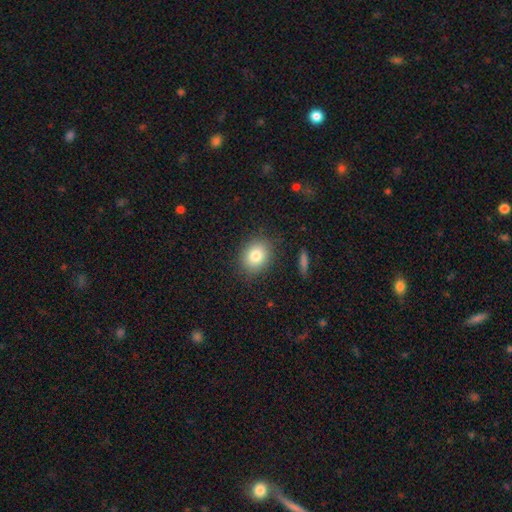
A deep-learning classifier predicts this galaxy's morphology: smooth_or_featured: smooth (p=0.82) [alt: star or artifact p=0.09]
how_rounded: round (p=0.51) [alt: in between p=0.47]
merging: none (p=0.84) [alt: minor disturbance p=0.11]